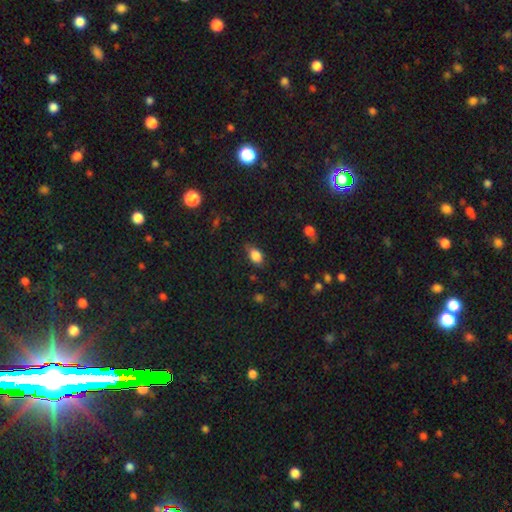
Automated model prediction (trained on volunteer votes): This is clearly a smooth galaxy (84%). How rounded: clearly in between (83%). Merging: likely none (68%).